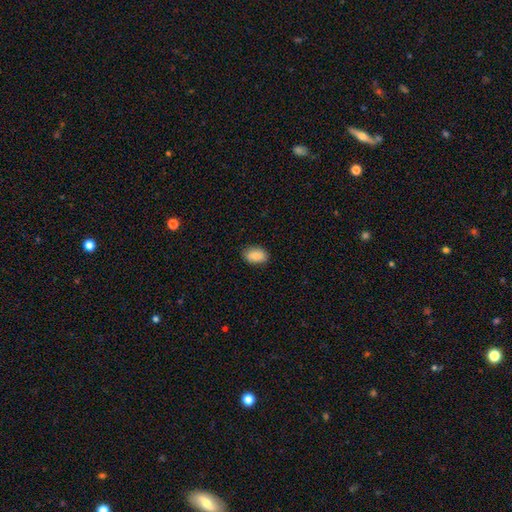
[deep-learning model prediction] smooth_or_featured: smooth (p=0.86) [alt: featured or disk p=0.07]
how_rounded: in between (p=0.90) [alt: round p=0.09]
merging: none (p=0.85) [alt: minor disturbance p=0.11]